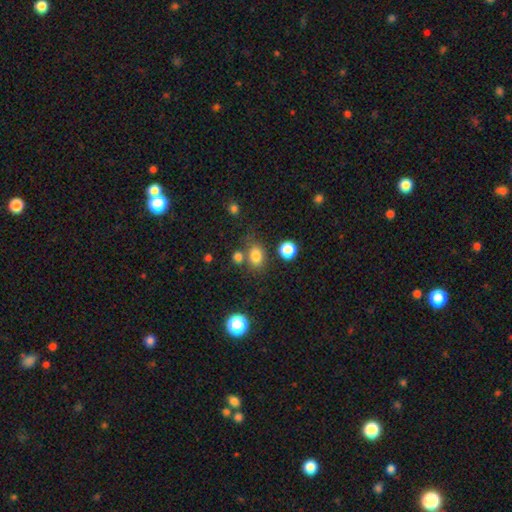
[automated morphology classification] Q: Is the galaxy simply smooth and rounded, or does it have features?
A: smooth — 80%.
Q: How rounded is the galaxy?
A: in between — 64%.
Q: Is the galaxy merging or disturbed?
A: none — 63%.